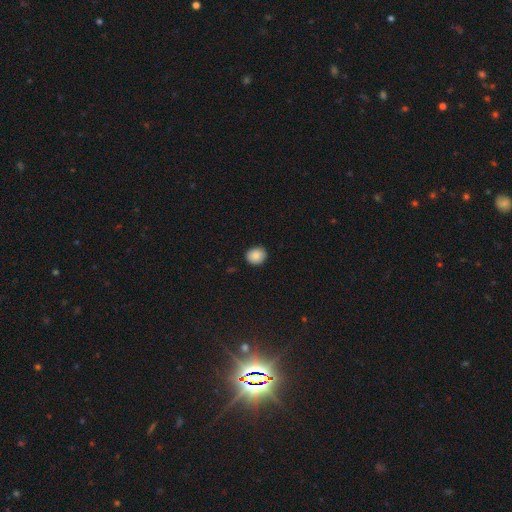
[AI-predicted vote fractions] Q: Smooth or featured?
A: smooth (87%); runner-up: star or artifact (8%)
Q: How rounded?
A: round (76%); runner-up: in between (23%)
Q: Merging?
A: none (89%); runner-up: minor disturbance (8%)